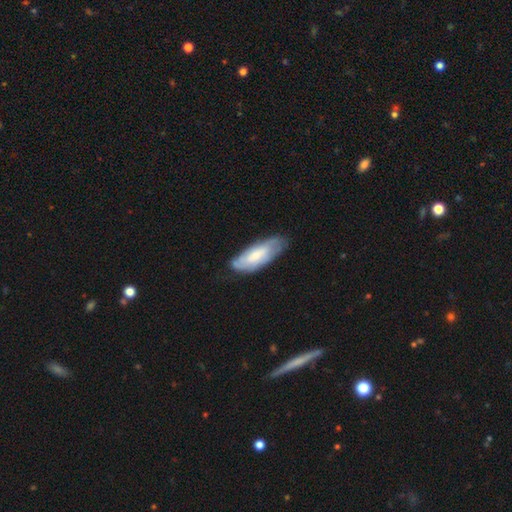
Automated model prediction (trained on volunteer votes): smooth_or_featured: smooth (p=0.54) [alt: featured or disk p=0.40]
how_rounded: in between (p=0.73) [alt: cigar-shaped p=0.26]
merging: none (p=0.63) [alt: minor disturbance p=0.28]